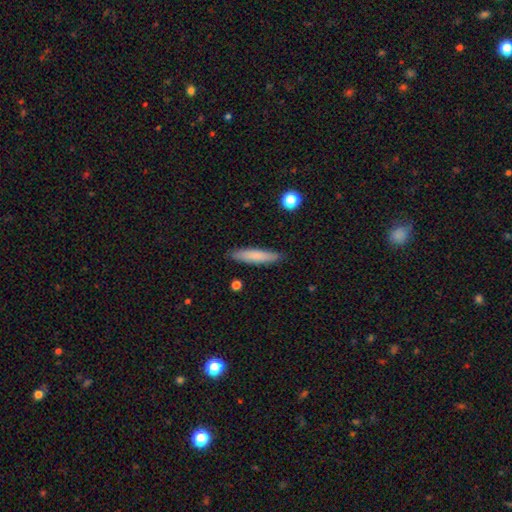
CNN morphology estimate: Smooth or featured? Predicted: smooth (p=0.78). How rounded? Predicted: cigar-shaped (p=0.86). Merging? Predicted: none (p=0.88).